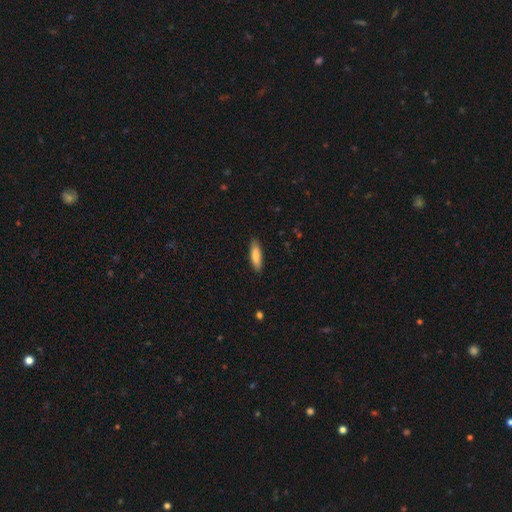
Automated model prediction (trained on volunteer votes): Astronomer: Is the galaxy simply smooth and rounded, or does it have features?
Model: smooth — 83%.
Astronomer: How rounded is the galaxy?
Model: cigar-shaped — 56% (runner-up: in between, 42%).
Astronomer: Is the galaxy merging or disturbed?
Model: none — 87%.